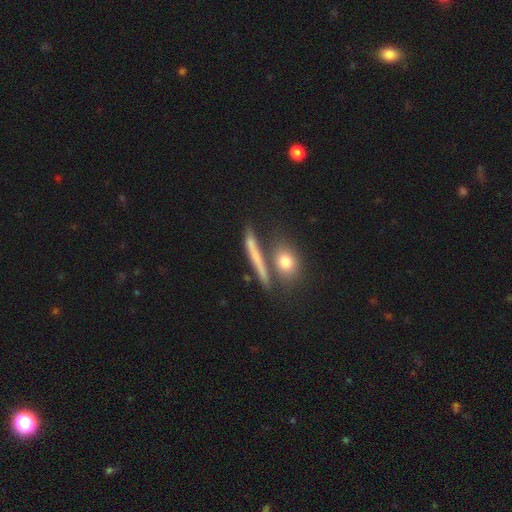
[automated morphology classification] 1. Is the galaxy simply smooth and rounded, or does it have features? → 58% smooth, 32% featured or disk, 10% star or artifact.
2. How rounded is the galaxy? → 70% cigar-shaped, 16% round, 14% in between.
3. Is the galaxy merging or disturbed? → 66% none, 14% merger, 13% minor disturbance, 6% major disturbance.